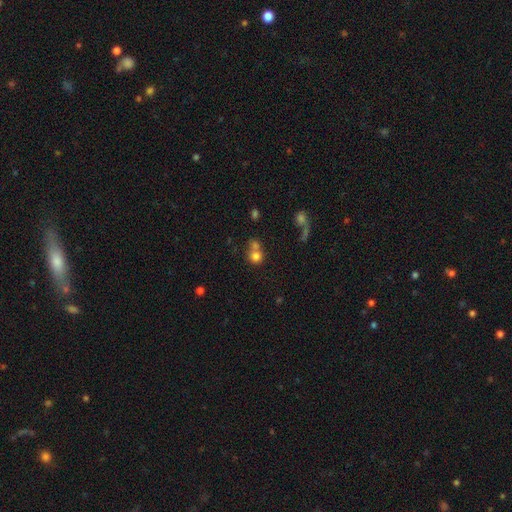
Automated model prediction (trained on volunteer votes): This appears to be a smooth galaxy with no disk features (77%) that is round (84%). Merging: merger (47%).